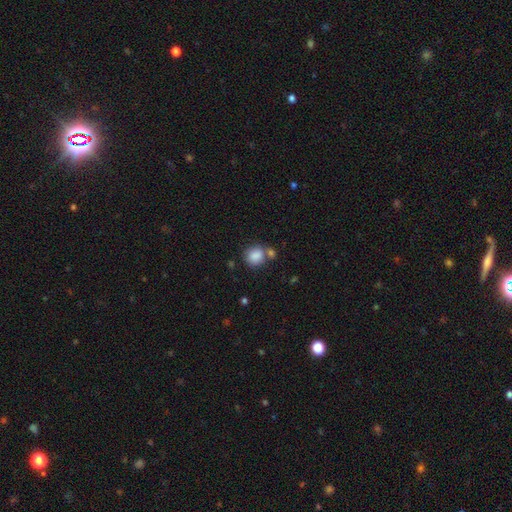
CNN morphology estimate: A smooth galaxy with no disk features (86%) that is round (78%). Merging: none (56%).